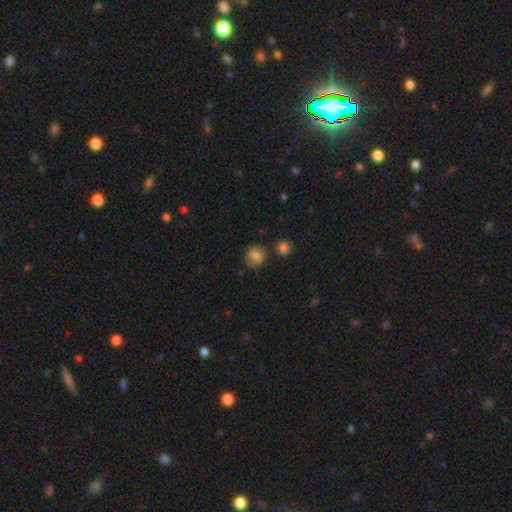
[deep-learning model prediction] Q: Smooth or featured?
A: smooth (73%); runner-up: featured or disk (16%)
Q: How rounded?
A: round (75%); runner-up: in between (24%)
Q: Merging?
A: none (69%); runner-up: minor disturbance (20%)